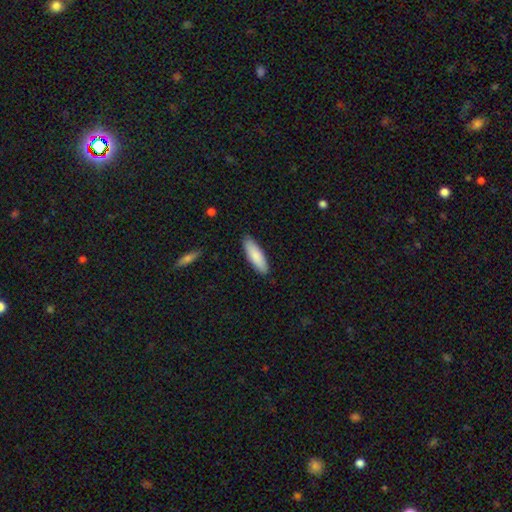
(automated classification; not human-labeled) A smooth galaxy with no disk features (87%) that is in between round and cigar-shaped (52%).

Vote fractions:
- Smooth or featured? smooth: 87% / featured or disk: 8% / star or artifact: 5%
- How rounded? in between: 52% / cigar-shaped: 47% / round: 1%
- Merging? none: 88% / minor disturbance: 9% / major disturbance: 2% / merger: 1%